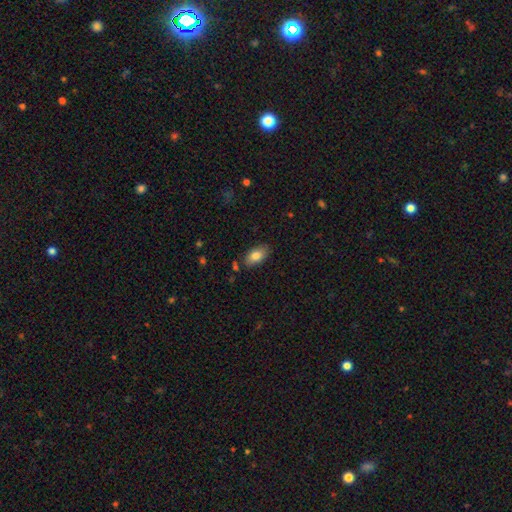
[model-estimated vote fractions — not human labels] A smooth galaxy with no disk features (82%) that is in between round and cigar-shaped (92%). Merging: none (82%).